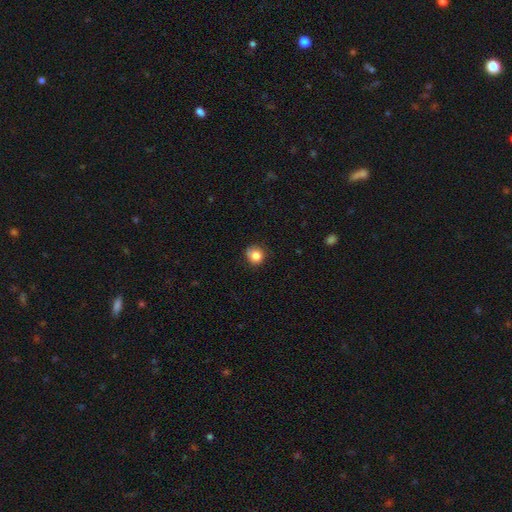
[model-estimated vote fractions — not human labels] smooth 82%, star or artifact 10%, featured or disk 8%. Down the decision tree: how rounded — round (85%); merging — none (74%).